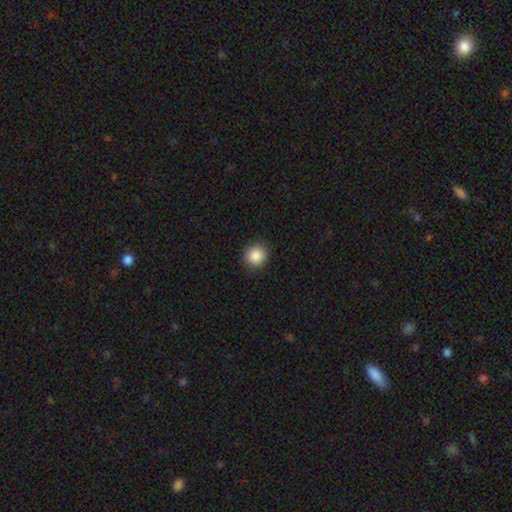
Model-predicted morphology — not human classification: Smooth or featured?
  - smooth: 87% *
  - star or artifact: 9%
  - featured or disk: 3%
How rounded?
  - round: 90% *
  - in between: 9%
  - cigar-shaped: 1%
Merging?
  - none: 91% *
  - minor disturbance: 6%
  - major disturbance: 2%
  - merger: 1%